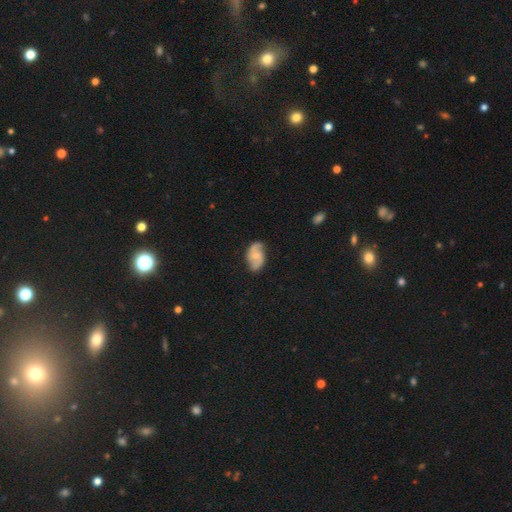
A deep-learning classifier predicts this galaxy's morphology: A featured or disk galaxy (68%) with no bar (57%), 2 (88%) medium (43%) spiral arms (92%) and a small central bulge (54%). Merging: none (74%).